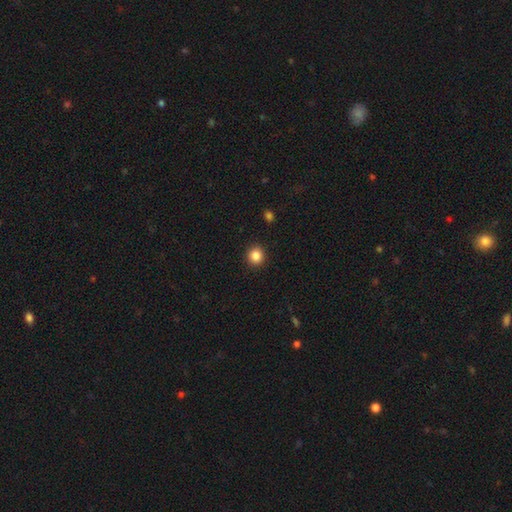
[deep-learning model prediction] Smooth or featured: smooth — 85% (star or artifact — 11%)
How rounded: round — 91% (in between — 8%)
Merging: none — 92% (minor disturbance — 5%)